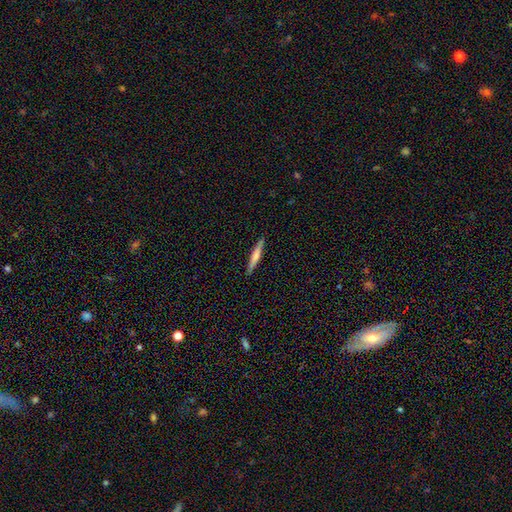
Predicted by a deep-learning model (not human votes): smooth-or-featured: smooth: 57% | featured or disk: 37% | star or artifact: 5%
  how-rounded: cigar-shaped: 94% | in between: 5% | round: 1%
  merging: none: 91% | minor disturbance: 7% | major disturbance: 1% | merger: 1%